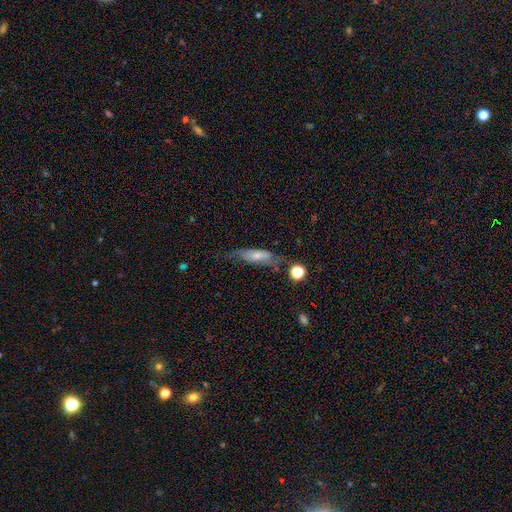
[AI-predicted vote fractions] Smooth or featured? Predicted: featured or disk (p=0.46). Merging? Predicted: none (p=0.54).